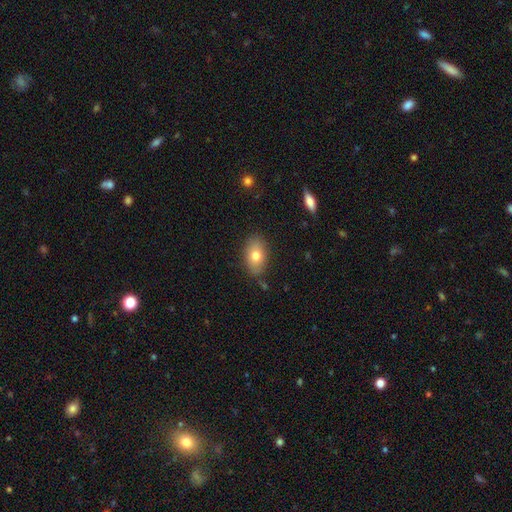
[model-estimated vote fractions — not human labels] This appears to be a smooth galaxy with no disk features (76%) that is in between round and cigar-shaped (88%). Merging: none (82%).